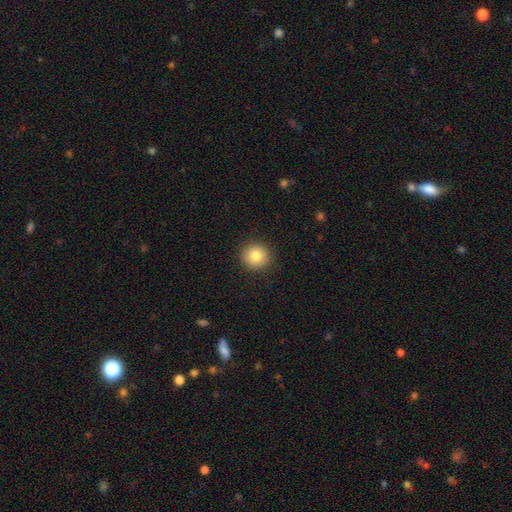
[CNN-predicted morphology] smooth-or-featured: smooth: 83% | star or artifact: 9% | featured or disk: 8%
  how-rounded: round: 92% | in between: 7% | cigar-shaped: 1%
  merging: none: 91% | minor disturbance: 6% | major disturbance: 2% | merger: 1%